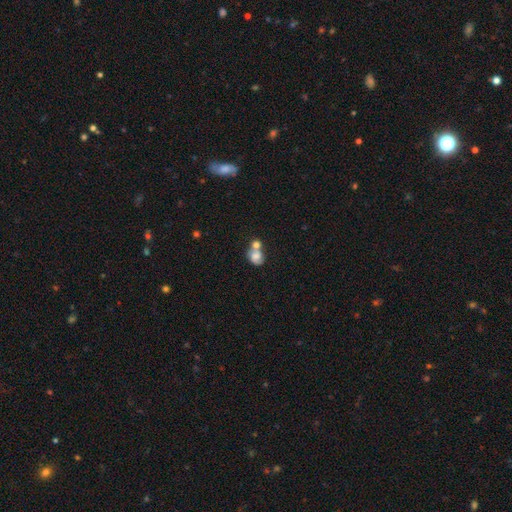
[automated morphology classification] Smooth or featured? smooth (68%)
How rounded? round (51%)
Merging? merger (63%)